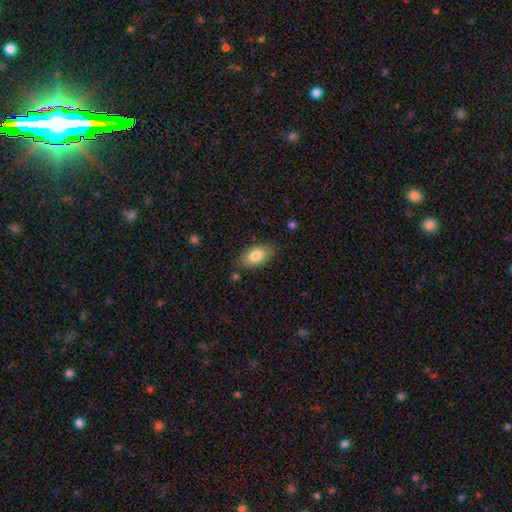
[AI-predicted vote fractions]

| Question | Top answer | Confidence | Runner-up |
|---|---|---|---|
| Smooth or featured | smooth | 82% | featured or disk (12%) |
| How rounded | in between | 93% | round (5%) |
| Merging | none | 80% | minor disturbance (15%) |